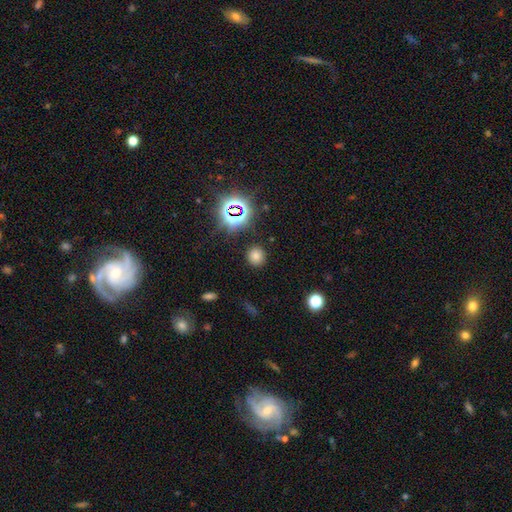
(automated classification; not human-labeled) Overall: smooth (72%). How rounded: round (85%). Merging: none (88%).